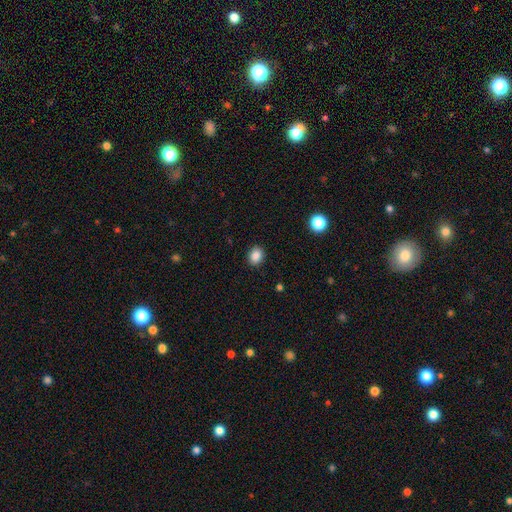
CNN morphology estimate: A smooth galaxy with no disk features (87%) that is in between round and cigar-shaped (50%).

Vote fractions:
- Smooth or featured? smooth: 87% / star or artifact: 10% / featured or disk: 3%
- How rounded? in between: 50% / round: 49% / cigar-shaped: 1%
- Merging? none: 90% / minor disturbance: 7% / major disturbance: 2% / merger: 1%